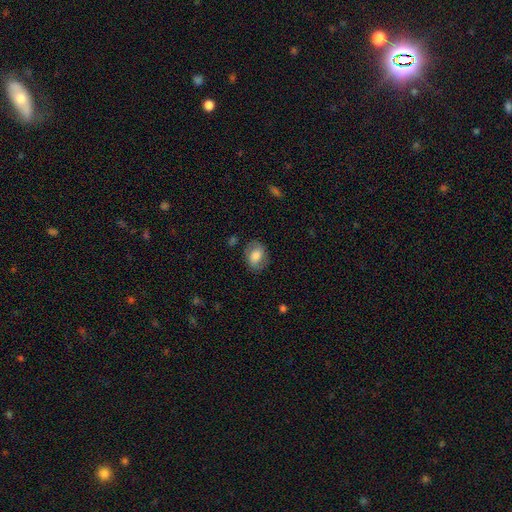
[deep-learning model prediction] Q: Smooth or featured?
A: smooth (68%); runner-up: featured or disk (24%)
Q: How rounded?
A: in between (68%); runner-up: round (31%)
Q: Merging?
A: none (77%); runner-up: minor disturbance (15%)